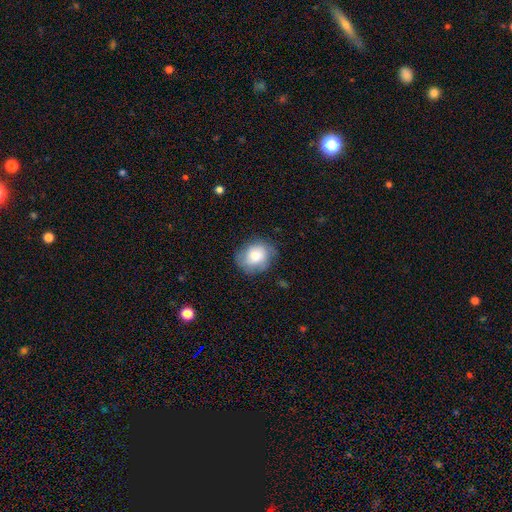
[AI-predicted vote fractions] A smooth galaxy with no disk features (75%) that is round (54%).

Vote fractions:
- Smooth or featured? smooth: 75% / featured or disk: 17% / star or artifact: 8%
- How rounded? round: 54% / in between: 45% / cigar-shaped: 1%
- Merging? none: 70% / minor disturbance: 23% / major disturbance: 6% / merger: 1%